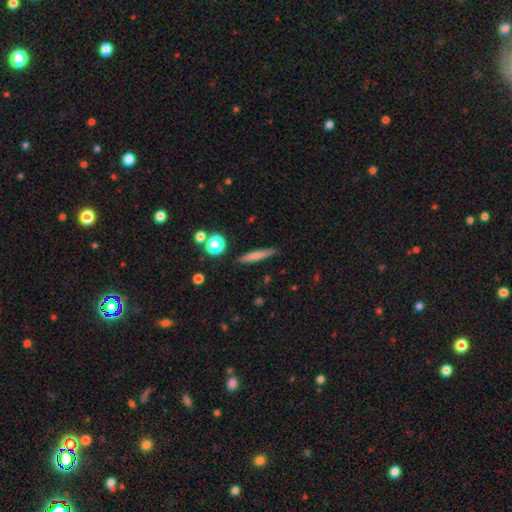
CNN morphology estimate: smooth 71%, featured or disk 20%, star or artifact 9%. Down the decision tree: how rounded — cigar-shaped (90%); merging — none (85%).